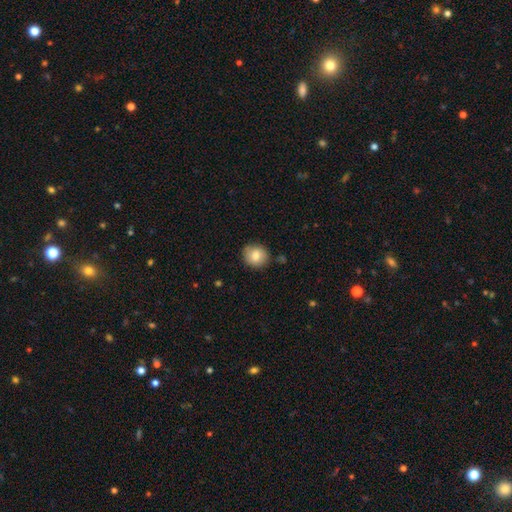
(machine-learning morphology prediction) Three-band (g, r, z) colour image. It shows a smooth galaxy with no disk features (81%) that is round (85%). Merging: none (83%).